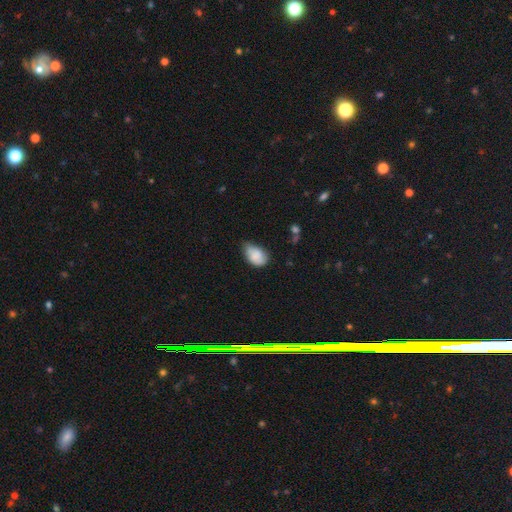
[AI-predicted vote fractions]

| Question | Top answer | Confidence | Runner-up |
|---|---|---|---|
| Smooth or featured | smooth | 80% | featured or disk (13%) |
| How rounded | in between | 87% | round (11%) |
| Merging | minor disturbance | 47% | none (41%) |